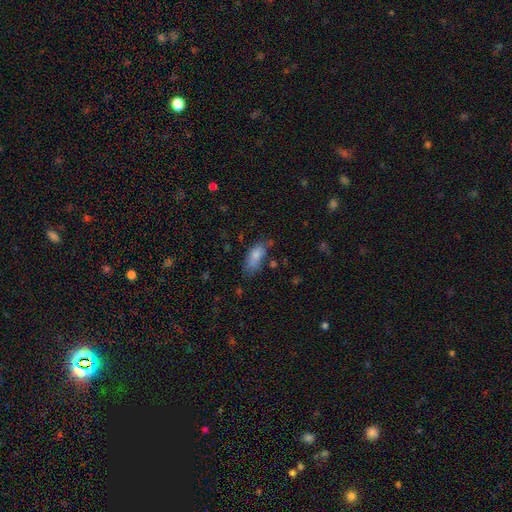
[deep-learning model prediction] This appears to be a smooth galaxy with no disk features (77%) that is in between round and cigar-shaped (81%). Merging: none (50%).